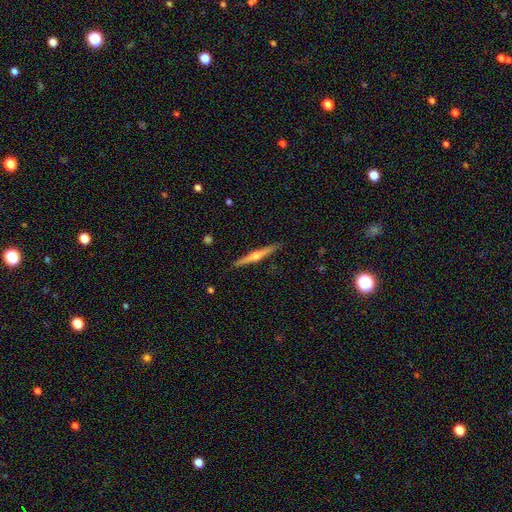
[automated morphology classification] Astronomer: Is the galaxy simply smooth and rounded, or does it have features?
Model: featured or disk — 76%.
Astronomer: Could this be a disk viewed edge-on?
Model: yes — 98%.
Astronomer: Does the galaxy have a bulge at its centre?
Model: rounded — 89%.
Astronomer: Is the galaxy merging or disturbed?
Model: none — 92%.